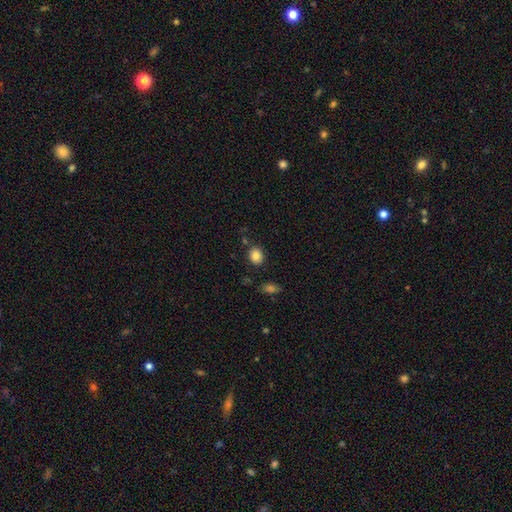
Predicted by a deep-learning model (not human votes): Smooth or featured? Predicted: smooth (p=0.85). How rounded? Predicted: round (p=0.63). Merging? Predicted: none (p=0.81).